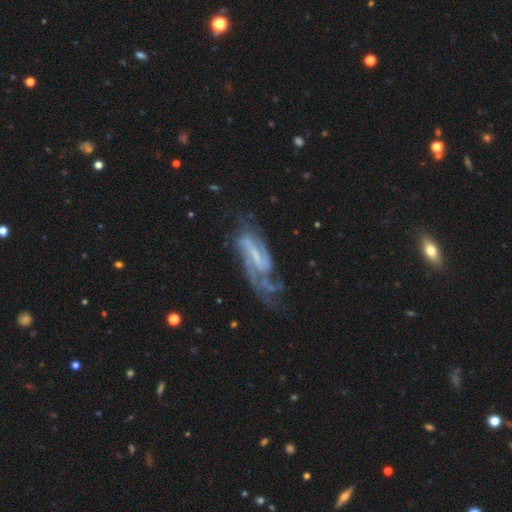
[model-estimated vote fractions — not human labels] The model was most divided on "bar": strong: 41%, weak: 40%, no: 19%. Remaining: spiral arms — yes (94%); edge-on disk — no (92%); smooth or featured — featured or disk (85%); spiral arm count — 2 (53%); bulge size — small (52%); merging — none (48%); spiral winding — medium (47%).